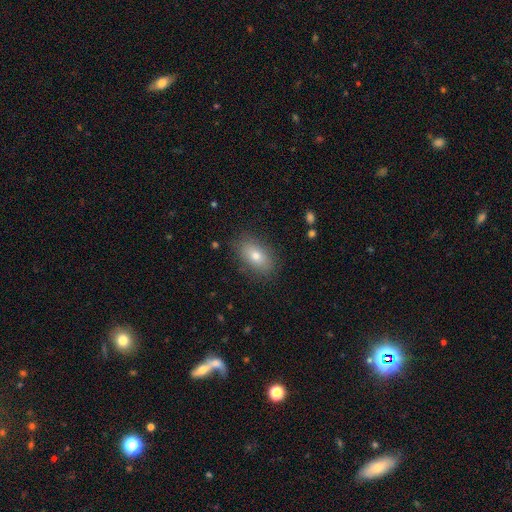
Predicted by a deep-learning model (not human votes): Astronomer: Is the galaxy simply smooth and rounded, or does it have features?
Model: smooth — 75%.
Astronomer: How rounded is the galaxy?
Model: in between — 88%.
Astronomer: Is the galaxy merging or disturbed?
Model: none — 85%.